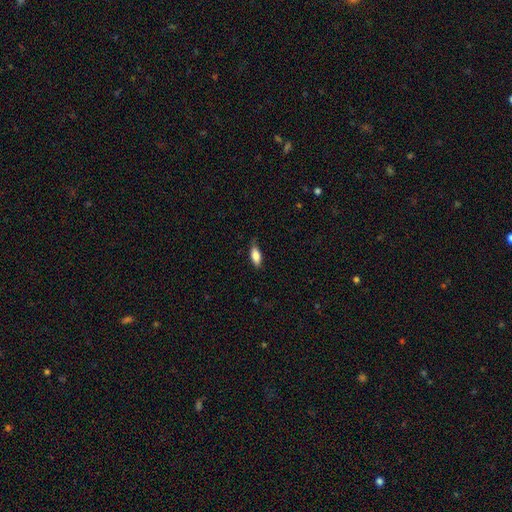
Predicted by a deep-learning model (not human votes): Smooth or featured: smooth — 82% (featured or disk — 11%)
How rounded: in between — 80% (cigar-shaped — 18%)
Merging: none — 72% (minor disturbance — 22%)